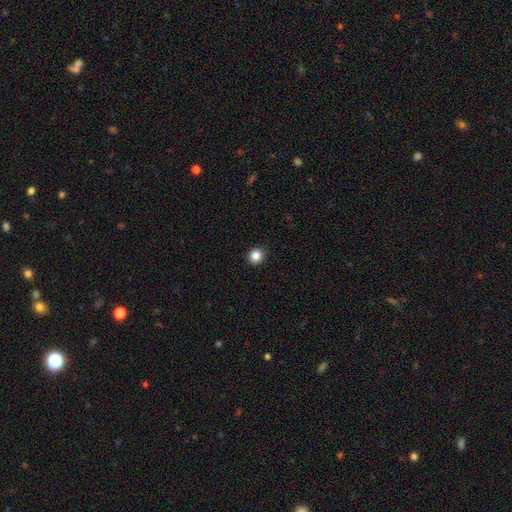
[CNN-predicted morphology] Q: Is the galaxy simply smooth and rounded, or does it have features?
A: smooth — 86%.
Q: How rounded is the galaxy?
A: round — 87%.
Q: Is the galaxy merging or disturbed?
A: none — 92%.